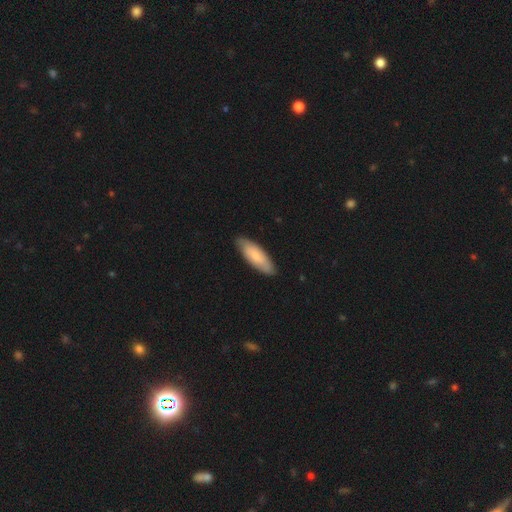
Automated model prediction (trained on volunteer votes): A smooth galaxy with no disk features (76%) that is in between round and cigar-shaped (58%).

Vote fractions:
- Smooth or featured? smooth: 76% / featured or disk: 19% / star or artifact: 5%
- How rounded? in between: 58% / cigar-shaped: 41% / round: 1%
- Merging? none: 85% / minor disturbance: 12% / major disturbance: 2% / merger: 1%